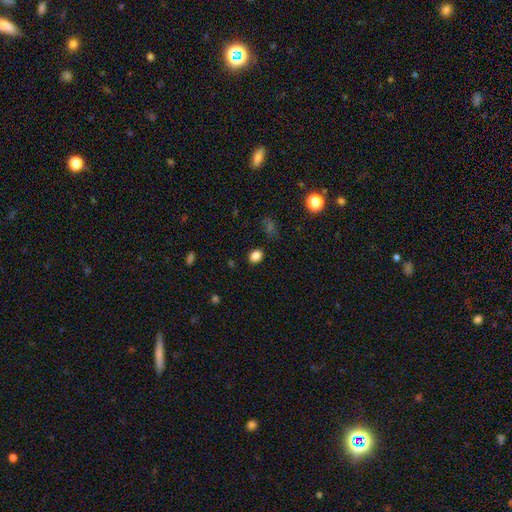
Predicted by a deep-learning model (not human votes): Smooth or featured? Predicted: smooth (p=0.84). How rounded? Predicted: round (p=0.50). Merging? Predicted: none (p=0.85).